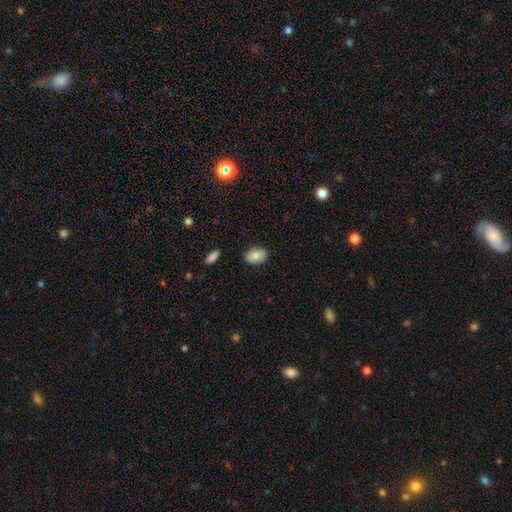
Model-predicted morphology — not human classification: This is likely a smooth galaxy (78%). How rounded: clearly in between (86%). Merging: clearly none (83%).